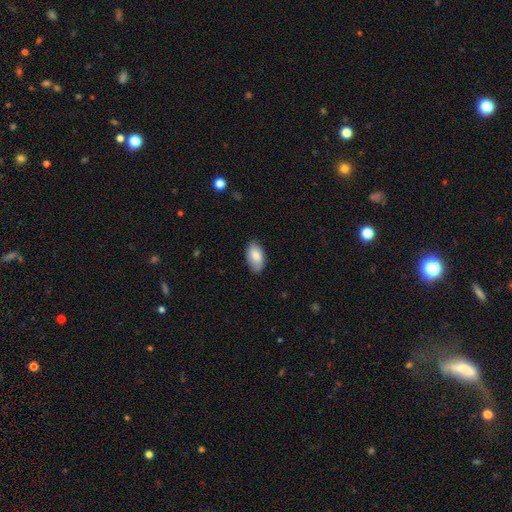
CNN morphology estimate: This appears to be a smooth galaxy with no disk features (82%) that is in between round and cigar-shaped (94%). Merging: none (79%).